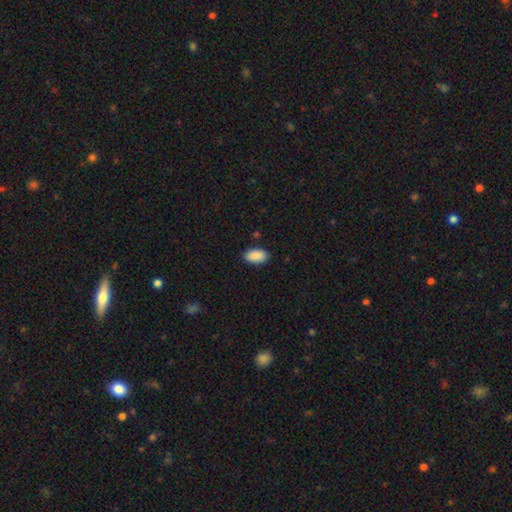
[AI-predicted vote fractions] Smooth or featured? Predicted: smooth (p=0.91). How rounded? Predicted: in between (p=0.95). Merging? Predicted: none (p=0.88).